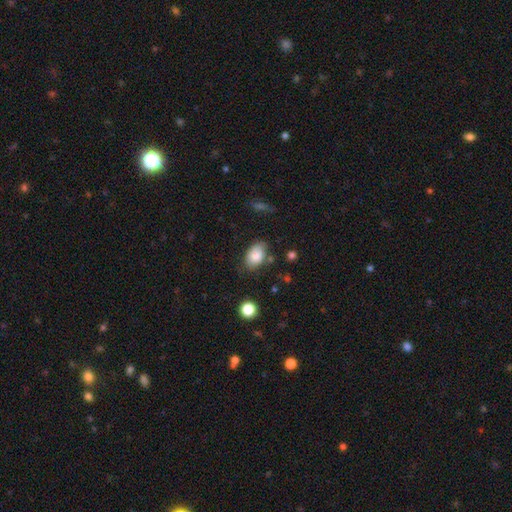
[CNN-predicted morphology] This is likely a smooth galaxy (80%). How rounded: clearly in between (88%). Merging: likely none (71%).